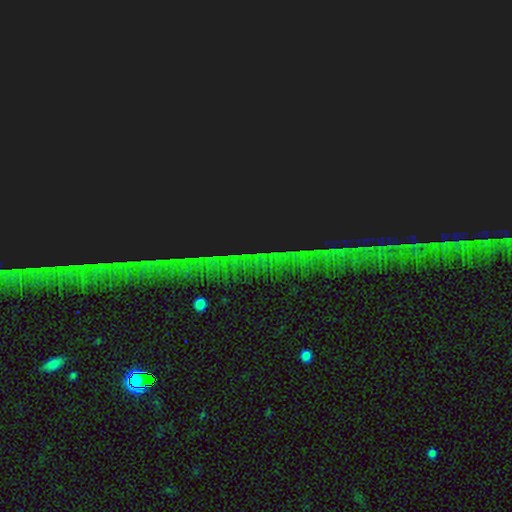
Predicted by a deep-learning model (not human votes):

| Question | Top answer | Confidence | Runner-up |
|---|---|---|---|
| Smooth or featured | star or artifact | 84% | smooth (8%) |